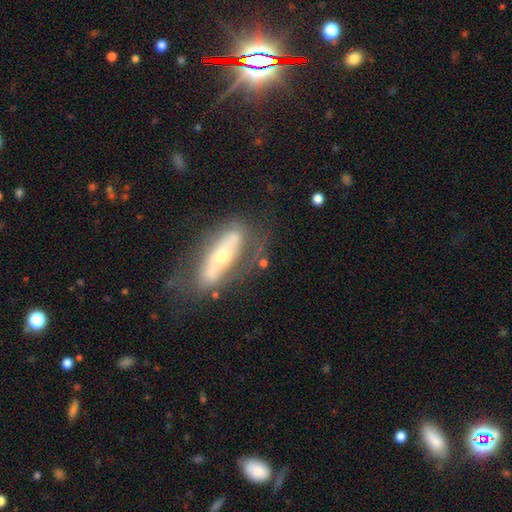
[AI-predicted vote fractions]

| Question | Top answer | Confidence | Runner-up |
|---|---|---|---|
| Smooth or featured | featured or disk | 67% | smooth (23%) |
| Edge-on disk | no | 69% | yes (31%) |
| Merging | none | 65% | minor disturbance (18%) |